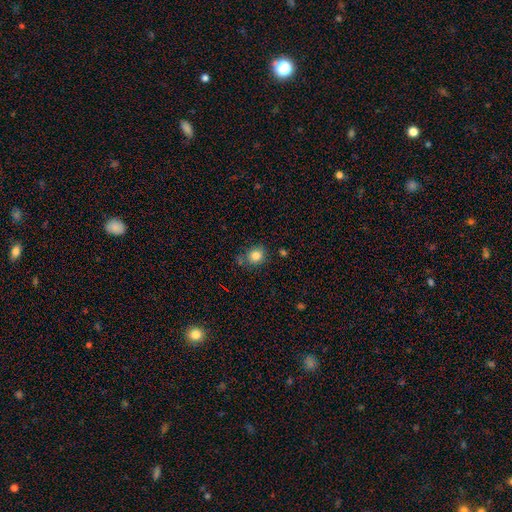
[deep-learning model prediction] Smooth or featured?
  - smooth: 83% *
  - star or artifact: 11%
  - featured or disk: 6%
How rounded?
  - round: 77% *
  - in between: 23%
  - cigar-shaped: 1%
Merging?
  - none: 75% *
  - minor disturbance: 16%
  - merger: 6%
  - major disturbance: 4%